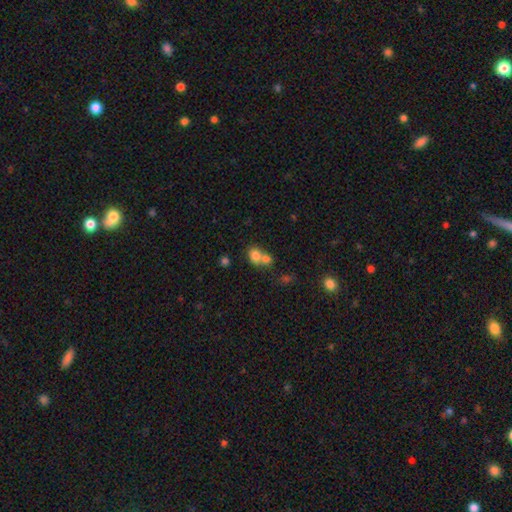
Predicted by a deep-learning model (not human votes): Smooth or featured? smooth (77%)
How rounded? round (57%)
Merging? merger (58%)